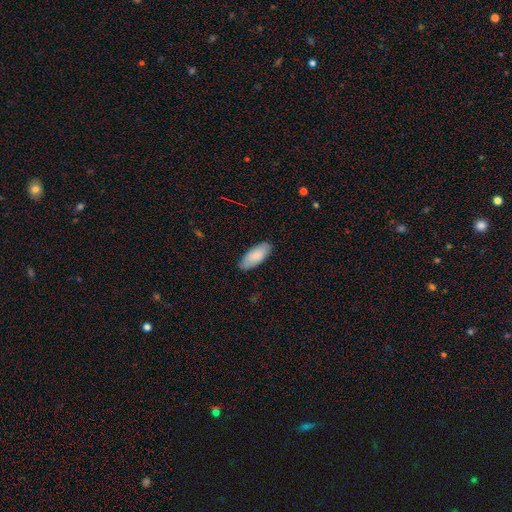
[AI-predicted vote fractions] smooth_or_featured: smooth (p=0.83) [alt: featured or disk p=0.12]
how_rounded: in between (p=0.86) [alt: cigar-shaped p=0.13]
merging: none (p=0.85) [alt: minor disturbance p=0.12]